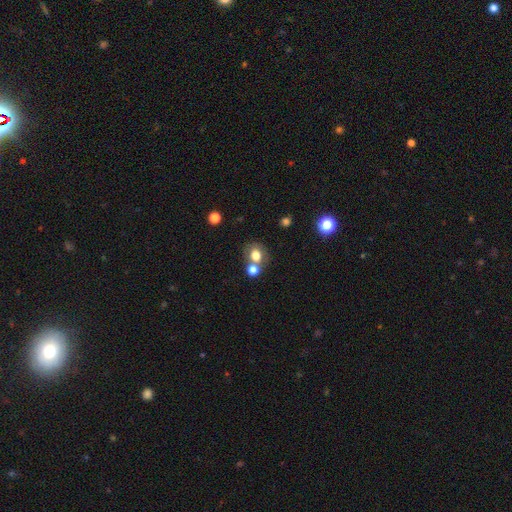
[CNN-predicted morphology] A smooth galaxy with no disk features (73%) that is round (69%).

Vote fractions:
- Smooth or featured? smooth: 73% / featured or disk: 15% / star or artifact: 13%
- How rounded? round: 69% / in between: 30% / cigar-shaped: 1%
- Merging? none: 54% / merger: 29% / minor disturbance: 12% / major disturbance: 5%